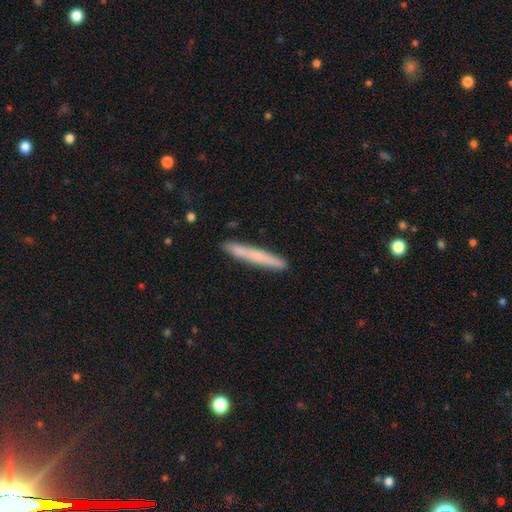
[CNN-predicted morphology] smooth-or-featured: smooth: 66% | featured or disk: 28% | star or artifact: 6%
  how-rounded: cigar-shaped: 97% | in between: 2% | round: 1%
  merging: none: 90% | minor disturbance: 7% | major disturbance: 1% | merger: 1%